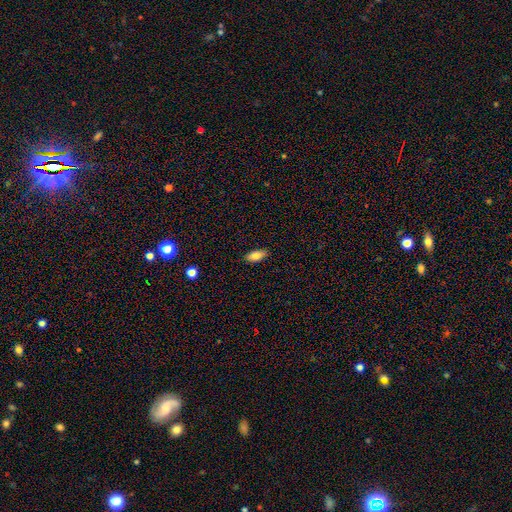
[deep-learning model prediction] This appears to be a smooth galaxy with no disk features (83%) that is in between round and cigar-shaped (87%). Merging: none (88%).